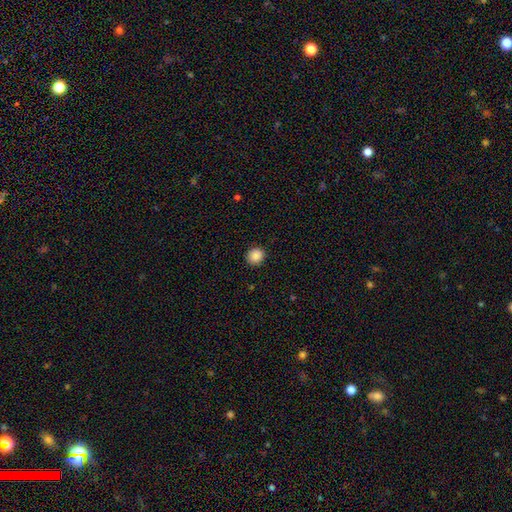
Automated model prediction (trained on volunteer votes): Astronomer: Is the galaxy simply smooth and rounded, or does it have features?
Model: smooth — 87%.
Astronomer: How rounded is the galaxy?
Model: round — 86%.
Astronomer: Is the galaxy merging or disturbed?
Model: none — 91%.